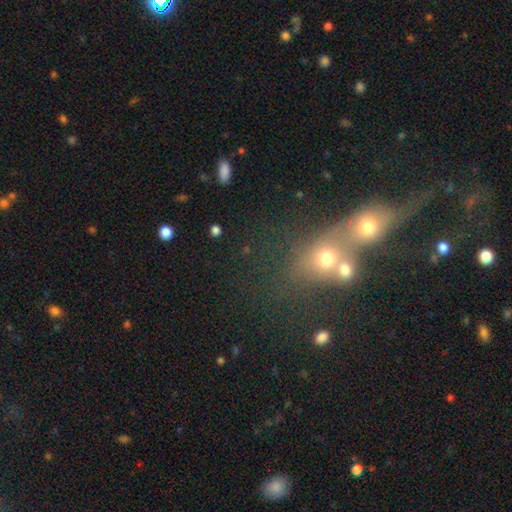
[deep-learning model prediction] Q: Smooth or featured?
A: smooth (43%); runner-up: star or artifact (34%)
Q: Merging?
A: merger (63%); runner-up: none (24%)